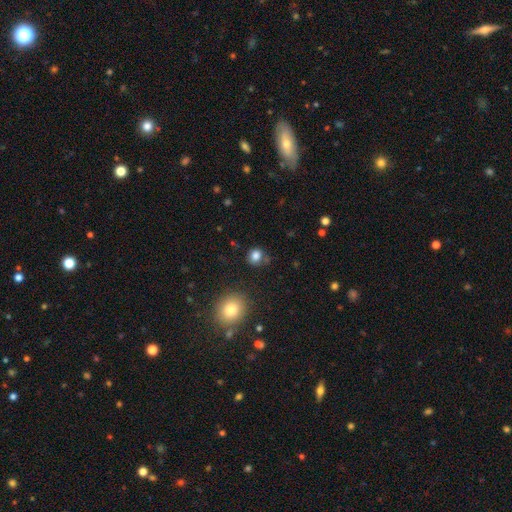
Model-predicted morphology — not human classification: Smooth or featured? smooth (82%)
How rounded? round (81%)
Merging? none (78%)